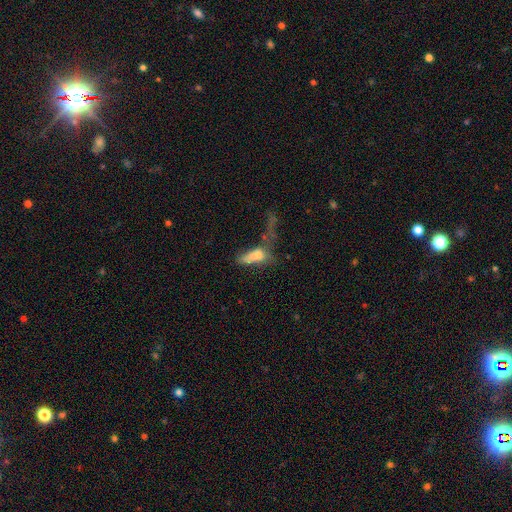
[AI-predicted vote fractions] Morphology: type=smooth (62%); roundness=in between (68%); merging=major disturbance (52%).